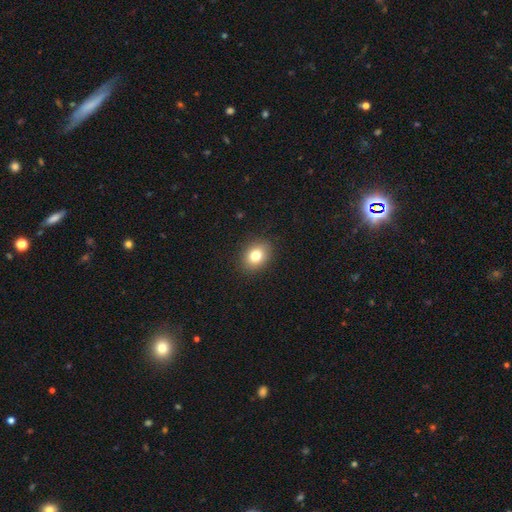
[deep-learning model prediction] Smooth or featured? smooth (79%)
How rounded? in between (52%)
Merging? none (89%)